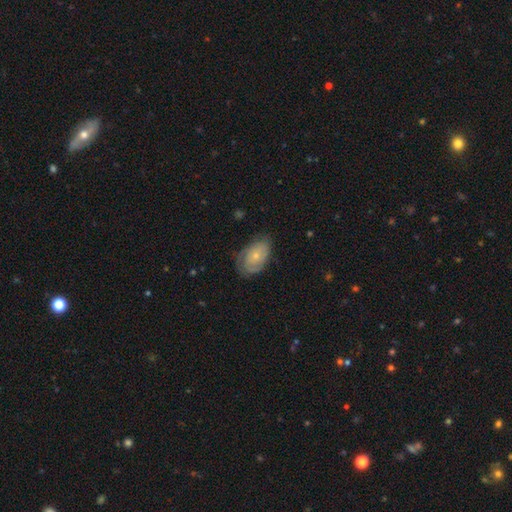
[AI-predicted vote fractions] Q: Smooth or featured?
A: featured or disk (51%); runner-up: smooth (42%)
Q: Edge-on disk?
A: no (95%); runner-up: yes (5%)
Q: Merging?
A: none (63%); runner-up: minor disturbance (26%)